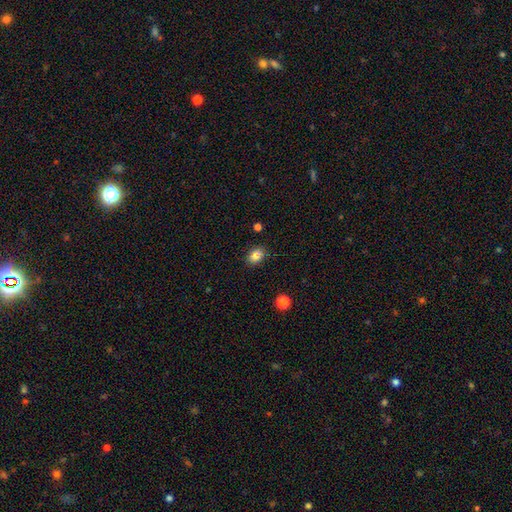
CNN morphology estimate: smooth_or_featured: smooth (p=0.83) [alt: star or artifact p=0.10]
how_rounded: in between (p=0.69) [alt: round p=0.30]
merging: none (p=0.82) [alt: minor disturbance p=0.13]